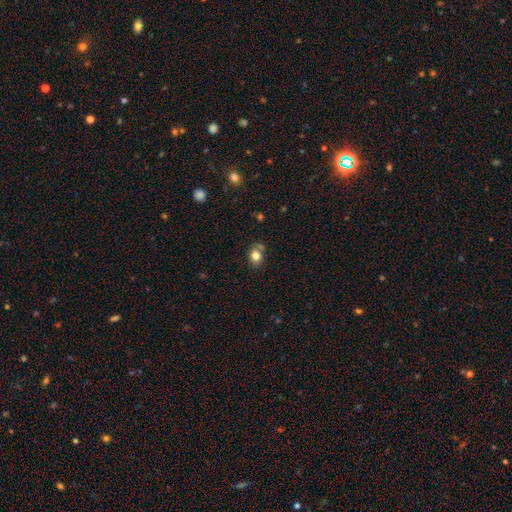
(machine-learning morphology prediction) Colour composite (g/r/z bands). It shows a smooth galaxy with no disk features (79%) that is round (58%). Merging: none (69%).